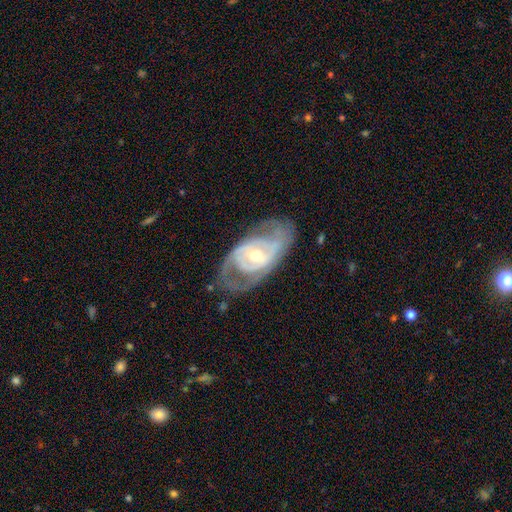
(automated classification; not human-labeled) A featured or disk galaxy (85%) with no bar (50%), 2 (59%) tight (48%) spiral arms (85%) and a moderate central bulge (58%). Merging: none (64%).